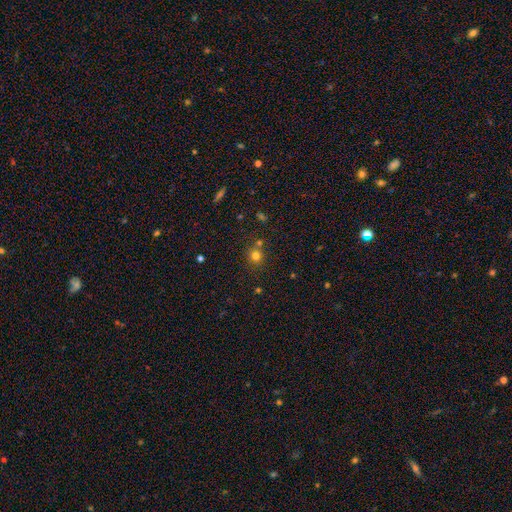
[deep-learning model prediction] smooth_or_featured: smooth (p=0.74) [alt: star or artifact p=0.19]
how_rounded: round (p=0.89) [alt: in between p=0.10]
merging: none (p=0.74) [alt: merger p=0.13]